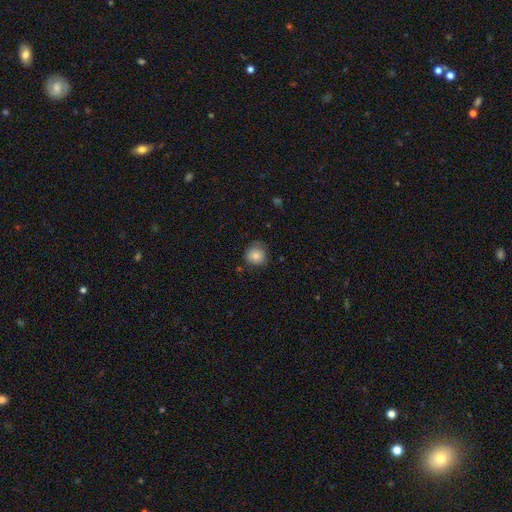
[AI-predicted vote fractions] A smooth galaxy with no disk features (81%) that is round (88%).

Vote fractions:
- Smooth or featured? smooth: 81% / featured or disk: 10% / star or artifact: 10%
- How rounded? round: 88% / in between: 11% / cigar-shaped: 1%
- Merging? none: 73% / minor disturbance: 20% / major disturbance: 4% / merger: 2%